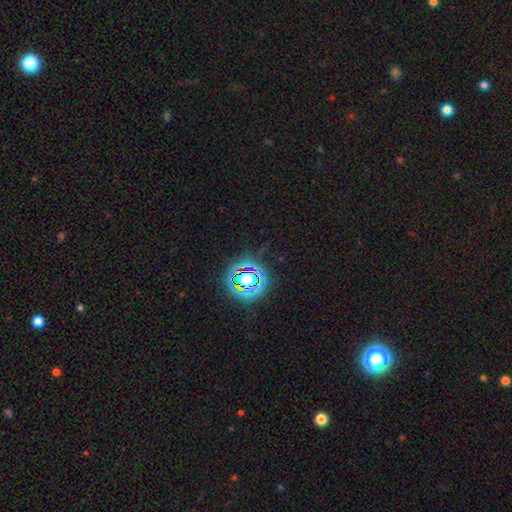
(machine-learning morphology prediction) Smooth or featured: star or artifact — 79% (smooth — 14%)